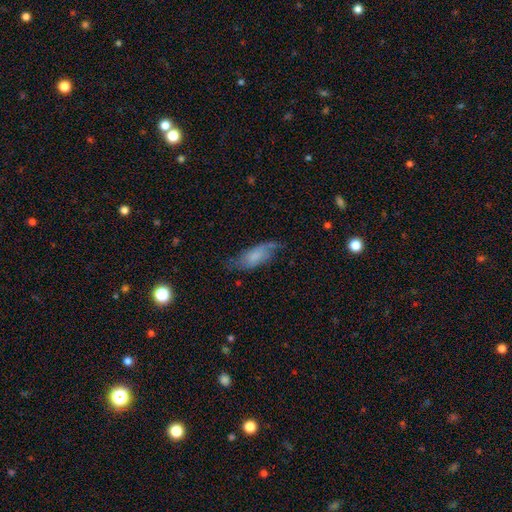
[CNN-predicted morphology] Smooth or featured: smooth — 56% (featured or disk — 36%)
How rounded: in between — 76% (cigar-shaped — 21%)
Merging: none — 53% (minor disturbance — 30%)